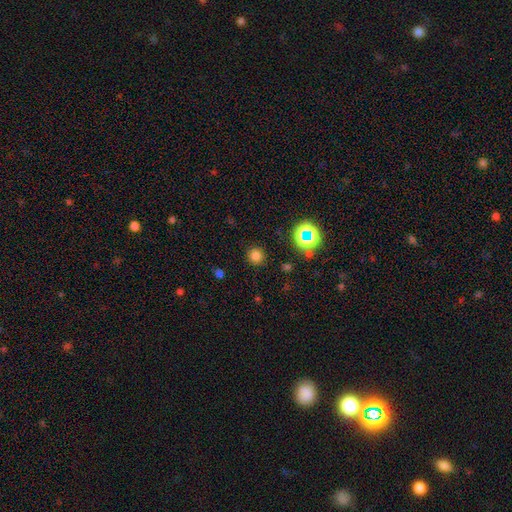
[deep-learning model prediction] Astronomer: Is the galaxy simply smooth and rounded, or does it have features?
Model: smooth — 76%.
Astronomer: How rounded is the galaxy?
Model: round — 94%.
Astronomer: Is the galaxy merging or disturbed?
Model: none — 90%.